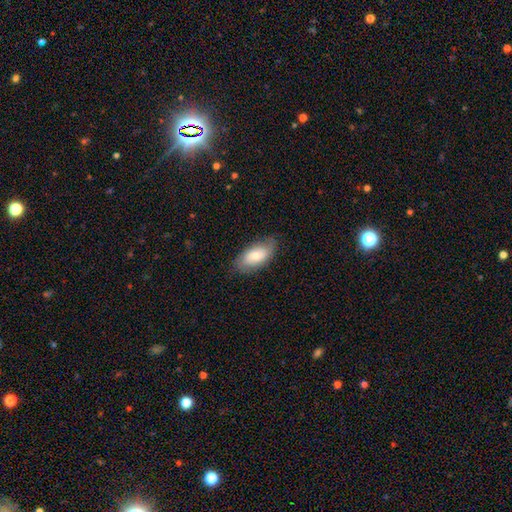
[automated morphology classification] Smooth or featured? Predicted: smooth (p=0.68). How rounded? Predicted: in between (p=0.92). Merging? Predicted: none (p=0.78).